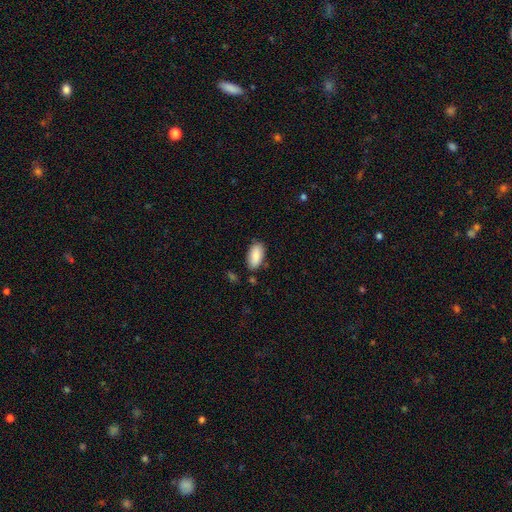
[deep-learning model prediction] smooth-or-featured: smooth: 87% | featured or disk: 6% | star or artifact: 6%
  how-rounded: in between: 94% | cigar-shaped: 4% | round: 2%
  merging: none: 81% | minor disturbance: 14% | merger: 3% | major disturbance: 3%